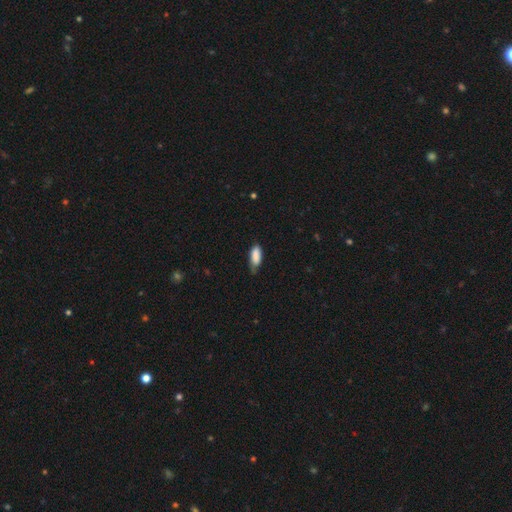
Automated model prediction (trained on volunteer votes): This is clearly a smooth galaxy (87%). How rounded: clearly in between (82%). Merging: possibly none (54%).